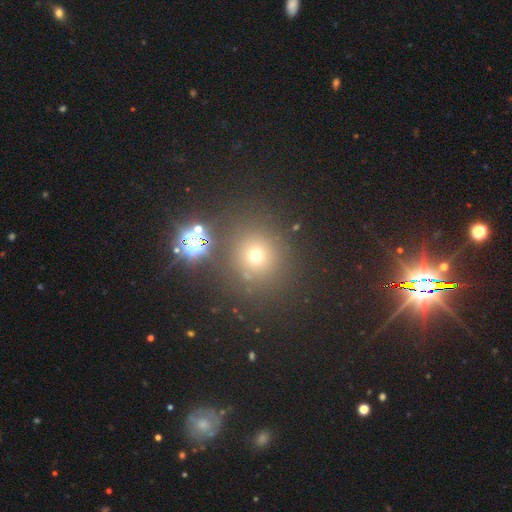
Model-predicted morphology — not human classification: Smooth or featured: smooth — 64% (star or artifact — 27%)
How rounded: round — 91% (in between — 8%)
Merging: none — 82% (minor disturbance — 8%)